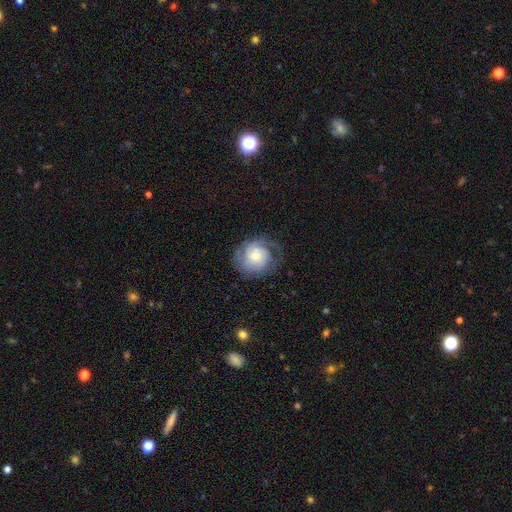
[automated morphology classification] smooth_or_featured: featured or disk (p=0.67) [alt: smooth p=0.26]
disk_edge_on: no (p=0.97) [alt: yes p=0.03]
bar: no (p=0.75) [alt: weak p=0.22]
has_spiral_arms: yes (p=0.90) [alt: no p=0.10]
spiral_winding: tight (p=0.56) [alt: medium p=0.32]
spiral_arm_count: 2 (p=0.41) [alt: can't tell p=0.28]
bulge_size: moderate (p=0.49) [alt: small p=0.41]
merging: none (p=0.67) [alt: minor disturbance p=0.19]